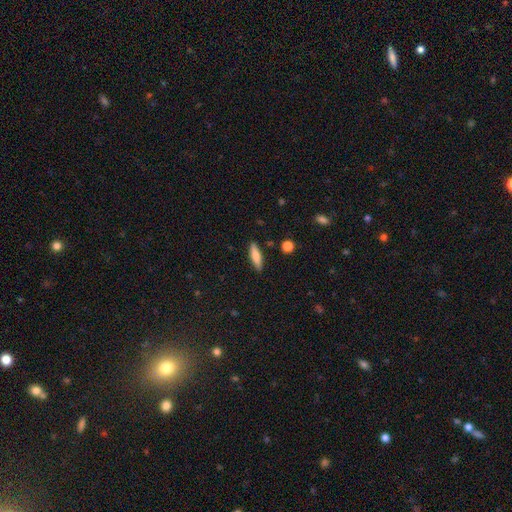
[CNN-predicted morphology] smooth-or-featured: smooth: 75% | featured or disk: 18% | star or artifact: 7%
  how-rounded: cigar-shaped: 66% | in between: 32% | round: 2%
  merging: none: 87% | minor disturbance: 9% | major disturbance: 2% | merger: 2%